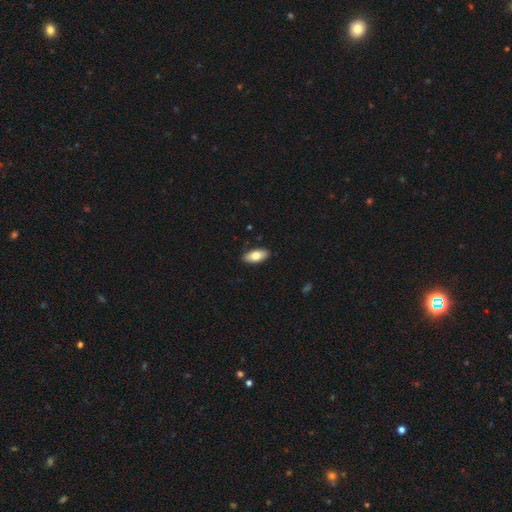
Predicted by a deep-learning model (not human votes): The model was most divided on "smooth or featured": smooth: 78%, featured or disk: 16%, star or artifact: 6%. More confident: how rounded — in between (89%); merging — none (88%).